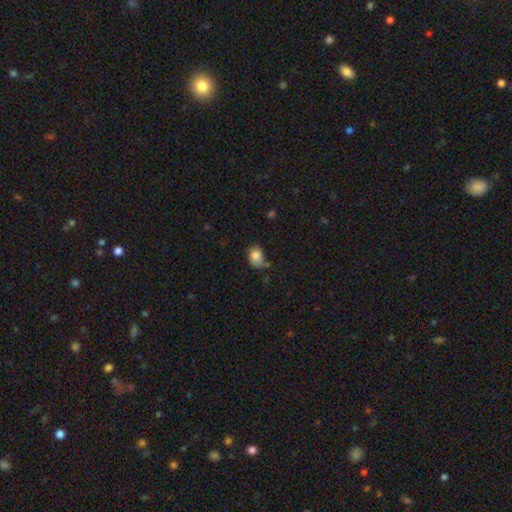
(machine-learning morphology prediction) A smooth galaxy with no disk features (82%) that is in between round and cigar-shaped (70%). Merging: none (54%).